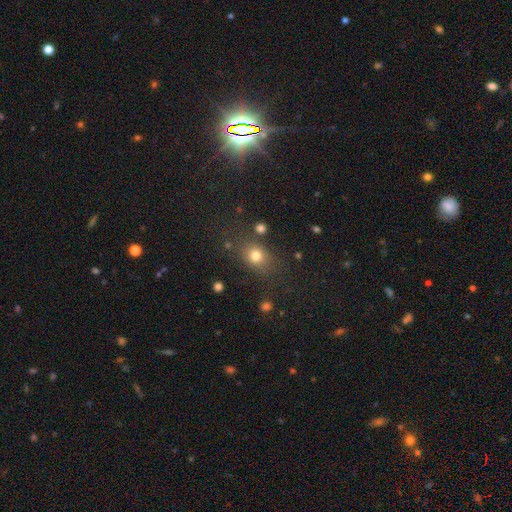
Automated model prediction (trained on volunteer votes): Smooth or featured: smooth — 76% (star or artifact — 15%)
How rounded: round — 53% (in between — 45%)
Merging: none — 76% (minor disturbance — 13%)